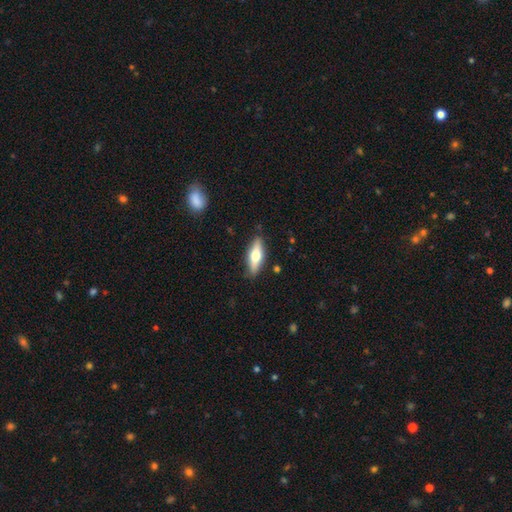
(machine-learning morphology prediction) Q: Smooth or featured?
A: smooth (54%); runner-up: featured or disk (40%)
Q: How rounded?
A: in between (55%); runner-up: cigar-shaped (42%)
Q: Merging?
A: none (85%); runner-up: minor disturbance (11%)